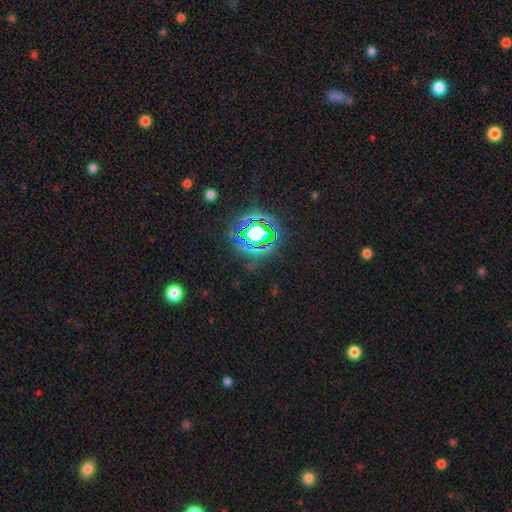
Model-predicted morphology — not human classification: Smooth or featured? Predicted: star or artifact (p=0.79).